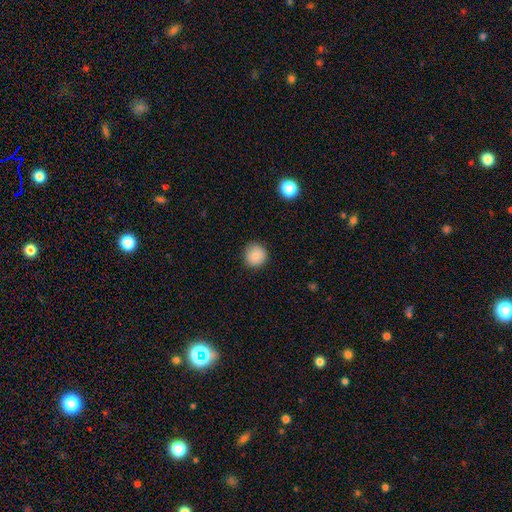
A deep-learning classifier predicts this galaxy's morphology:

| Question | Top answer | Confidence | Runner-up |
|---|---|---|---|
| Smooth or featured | smooth | 86% | star or artifact (9%) |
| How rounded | round | 94% | in between (5%) |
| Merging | none | 89% | minor disturbance (8%) |